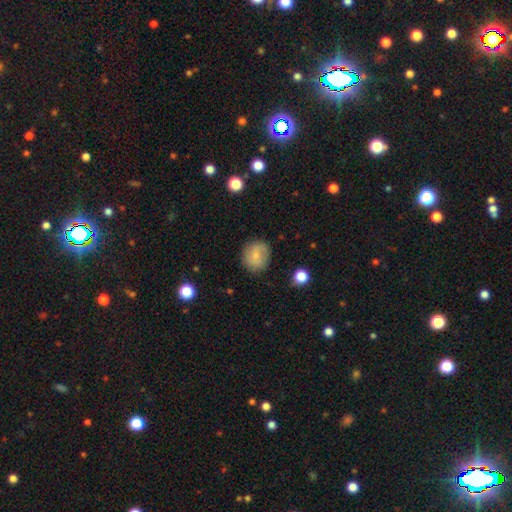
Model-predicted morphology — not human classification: Smooth or featured? smooth (71%)
How rounded? round (82%)
Merging? none (81%)